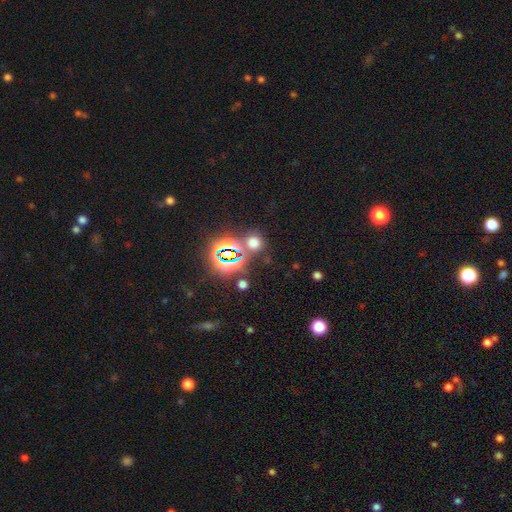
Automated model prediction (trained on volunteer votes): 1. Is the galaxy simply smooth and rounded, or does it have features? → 77% star or artifact, 16% smooth, 7% featured or disk.